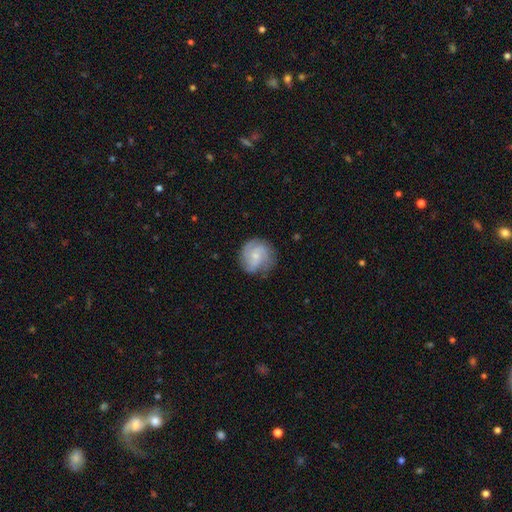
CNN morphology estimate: The model was most divided on "smooth or featured": featured or disk: 55%, smooth: 38%, star or artifact: 7%. More confident: edge-on disk — no (98%); spiral arms — yes (87%); merging — none (72%); bar — no (69%); bulge size — small (61%).